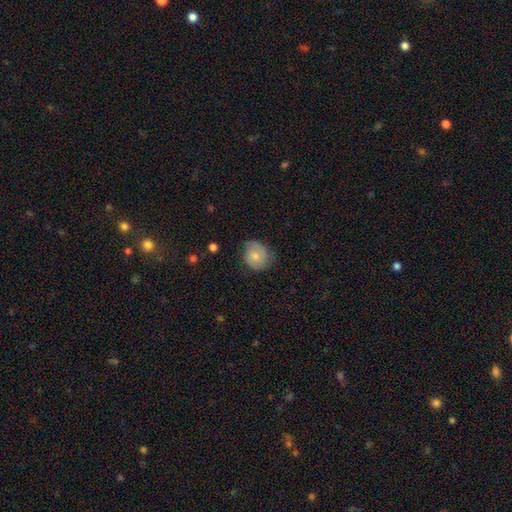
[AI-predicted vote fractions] The model was most divided on "smooth or featured": smooth: 52%, featured or disk: 40%, star or artifact: 7%. More confident: how rounded — round (71%); merging — none (62%).